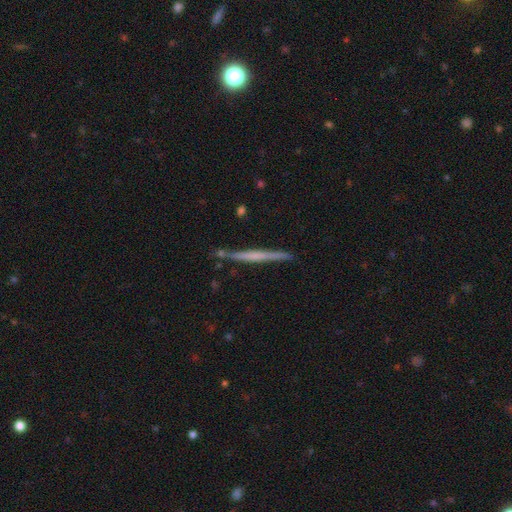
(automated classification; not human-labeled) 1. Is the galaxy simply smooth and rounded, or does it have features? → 58% featured or disk, 36% smooth, 6% star or artifact.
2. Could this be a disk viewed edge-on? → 97% yes, 3% no.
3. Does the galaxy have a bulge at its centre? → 71% none, 18% rounded, 10% boxy.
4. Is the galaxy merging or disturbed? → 86% none, 9% minor disturbance, 3% merger, 2% major disturbance.